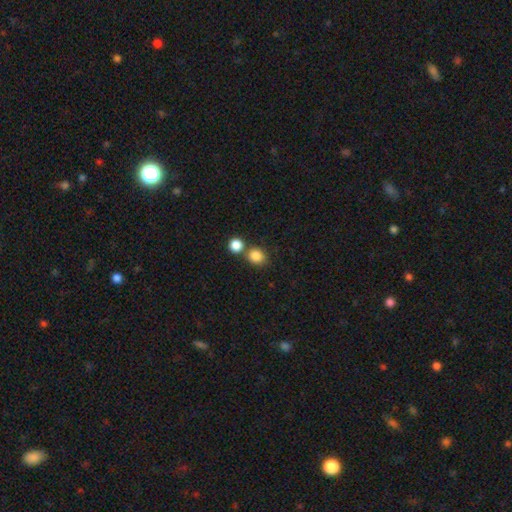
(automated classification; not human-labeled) A smooth galaxy with no disk features (85%) that is round (75%). Merging: none (59%).